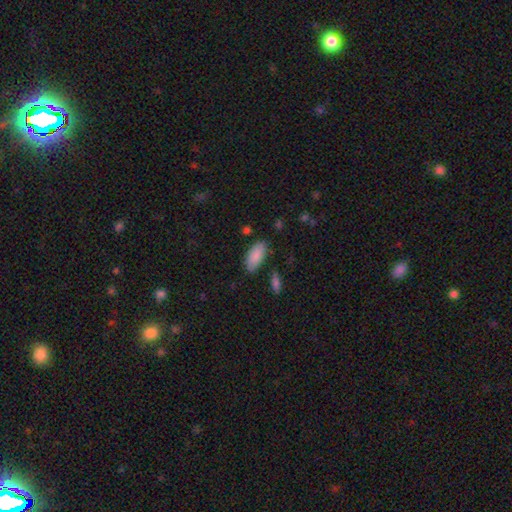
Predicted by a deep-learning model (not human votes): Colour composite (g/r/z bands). It shows a smooth galaxy with no disk features (87%) that is in between round and cigar-shaped (90%). Merging: none (81%).